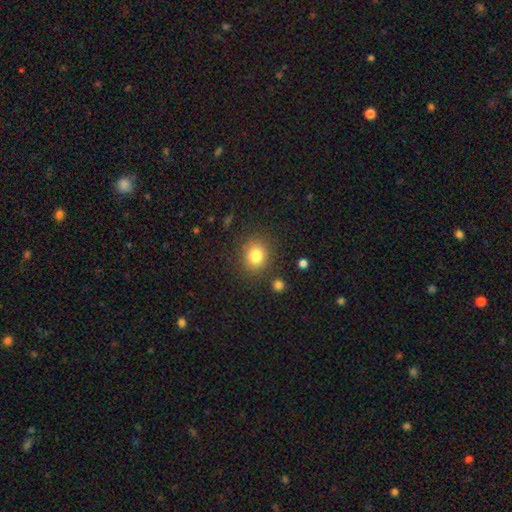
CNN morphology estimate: Smooth or featured? Predicted: smooth (p=0.81). How rounded? Predicted: round (p=0.73). Merging? Predicted: none (p=0.84).